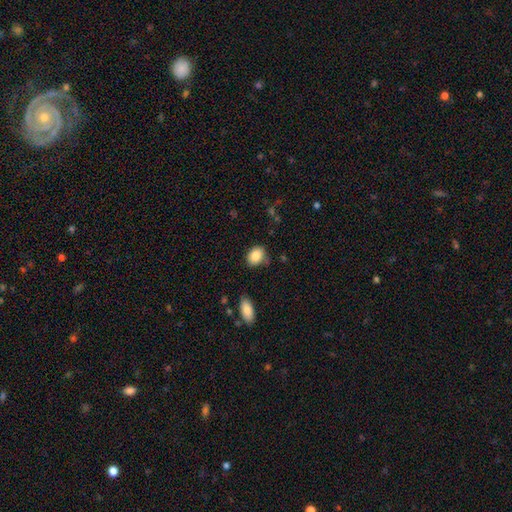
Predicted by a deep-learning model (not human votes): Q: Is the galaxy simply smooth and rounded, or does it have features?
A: smooth — 87%.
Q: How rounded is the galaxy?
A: in between — 68%.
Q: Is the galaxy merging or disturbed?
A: none — 71%.